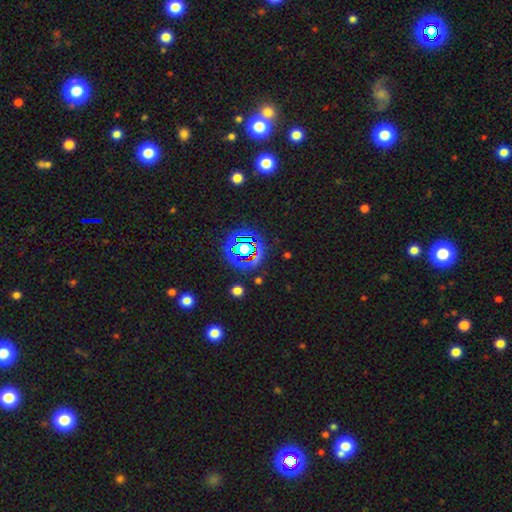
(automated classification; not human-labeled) Overall: star or artifact (73%).